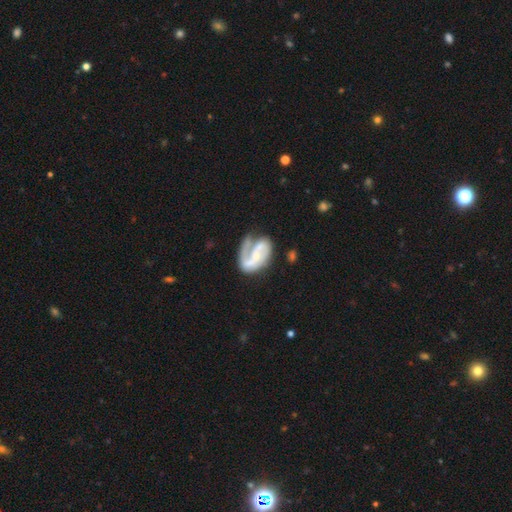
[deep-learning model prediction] smooth_or_featured: featured or disk (p=0.79) [alt: smooth p=0.16]
disk_edge_on: no (p=0.97) [alt: yes p=0.03]
bar: no (p=0.43) [alt: weak p=0.37]
has_spiral_arms: yes (p=0.89) [alt: no p=0.11]
spiral_winding: medium (p=0.43) [alt: loose p=0.30]
spiral_arm_count: 2 (p=0.53) [alt: 1 p=0.35]
bulge_size: small (p=0.56) [alt: moderate p=0.29]
merging: none (p=0.42) [alt: major disturbance p=0.27]